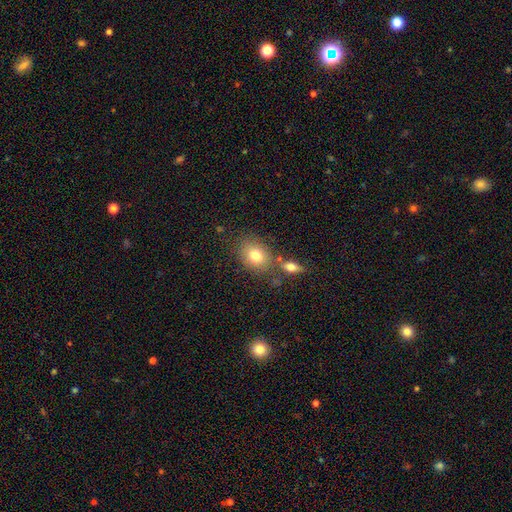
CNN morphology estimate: Smooth or featured? Predicted: smooth (p=0.78). How rounded? Predicted: in between (p=0.59). Merging? Predicted: none (p=0.66).